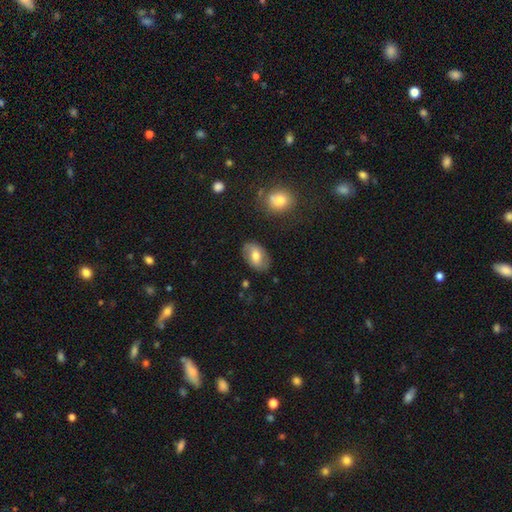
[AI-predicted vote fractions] A smooth galaxy with no disk features (61%) that is in between round and cigar-shaped (87%).

Vote fractions:
- Smooth or featured? smooth: 61% / featured or disk: 32% / star or artifact: 7%
- How rounded? in between: 87% / round: 11% / cigar-shaped: 2%
- Merging? none: 80% / minor disturbance: 14% / major disturbance: 4% / merger: 2%